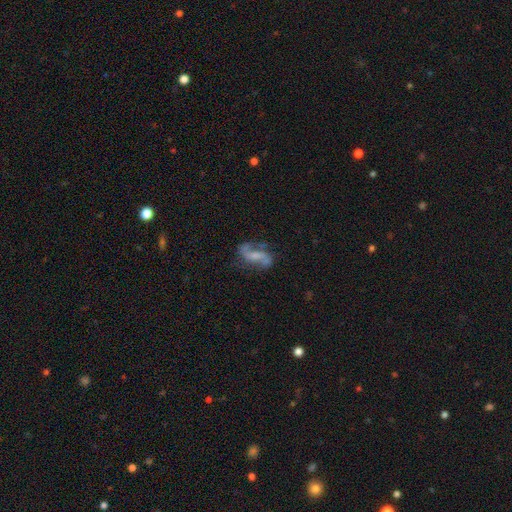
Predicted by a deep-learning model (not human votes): This is likely a featured or disk galaxy (75%). It is clearly not viewed edge-on (95%). Bar: marginally weak (40%). Spiral arm pattern: clearly yes (90%). Spiral arm count: clearly 2 (88%). Spiral winding: possibly loose (58%). Central bulge: marginally small (37%). Merging: likely none (60%).